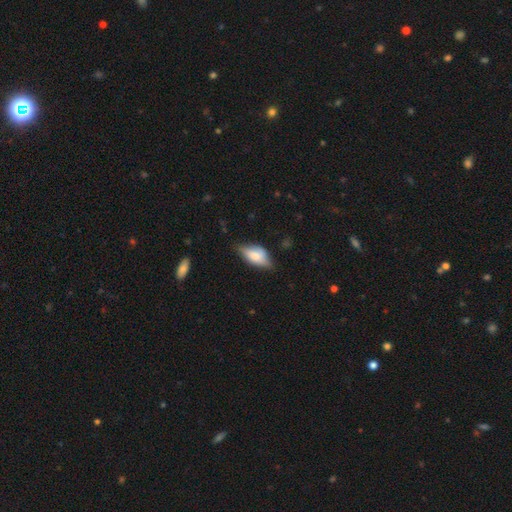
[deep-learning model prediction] A smooth galaxy with no disk features (68%) that is in between round and cigar-shaped (88%). Merging: none (55%).